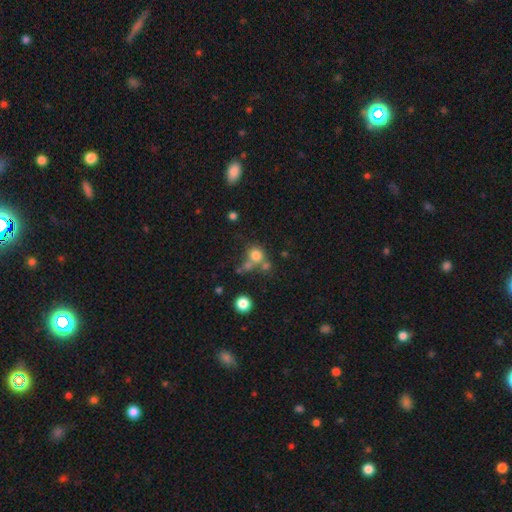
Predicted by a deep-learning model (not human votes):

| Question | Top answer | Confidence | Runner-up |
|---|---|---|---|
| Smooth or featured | smooth | 75% | star or artifact (15%) |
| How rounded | round | 83% | in between (16%) |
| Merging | none | 52% | merger (32%) |